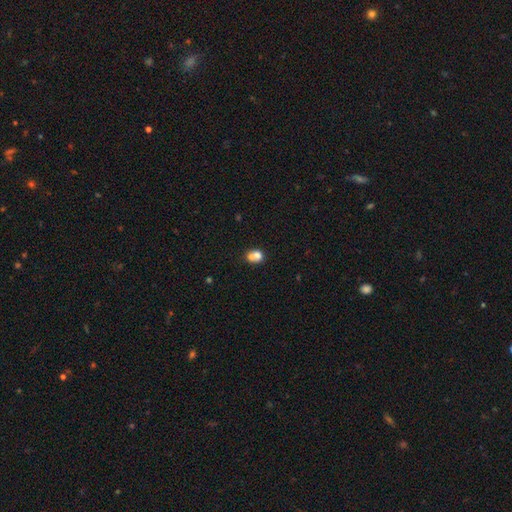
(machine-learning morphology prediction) type=smooth (71%); roundness=round (62%); merging=merger (61%).